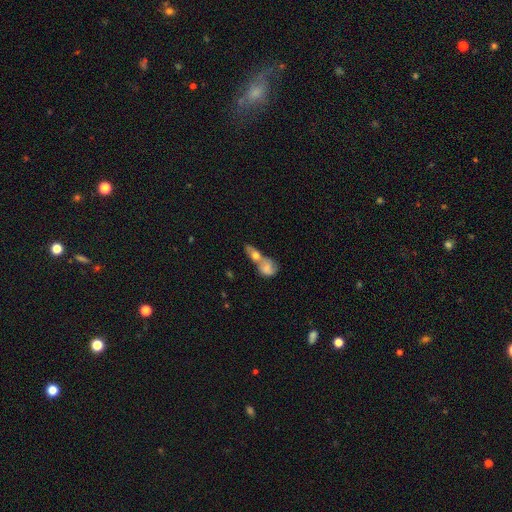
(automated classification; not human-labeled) Smooth or featured? smooth (50%)
How rounded? in between (52%)
Merging? merger (62%)